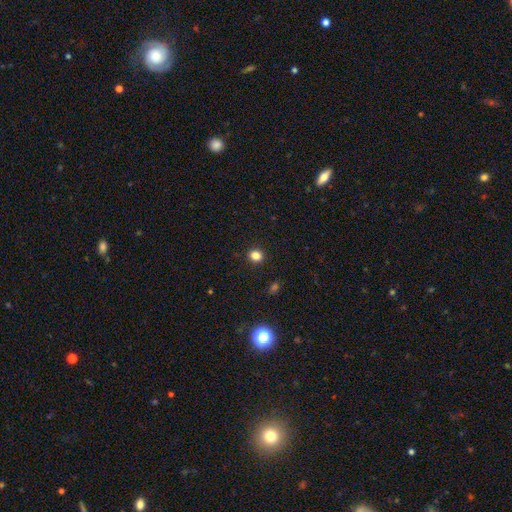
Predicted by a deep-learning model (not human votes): A smooth galaxy with no disk features (82%) that is round (74%).

Vote fractions:
- Smooth or featured? smooth: 82% / star or artifact: 14% / featured or disk: 4%
- How rounded? round: 74% / in between: 25% / cigar-shaped: 1%
- Merging? none: 91% / minor disturbance: 6% / major disturbance: 2% / merger: 1%